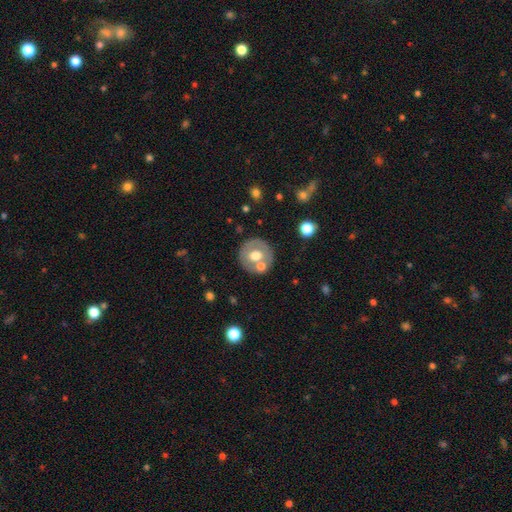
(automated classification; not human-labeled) This is possibly a smooth galaxy (52%). How rounded: clearly round (89%). Merging: likely none (69%).